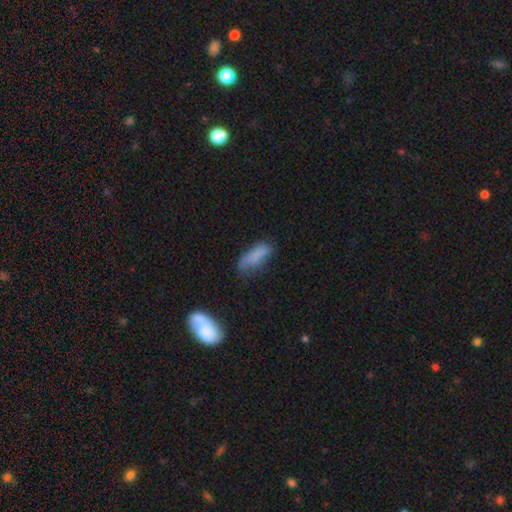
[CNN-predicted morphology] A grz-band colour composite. It shows a smooth galaxy with no disk features (73%) that is in between round and cigar-shaped (61%). Merging: none (42%).